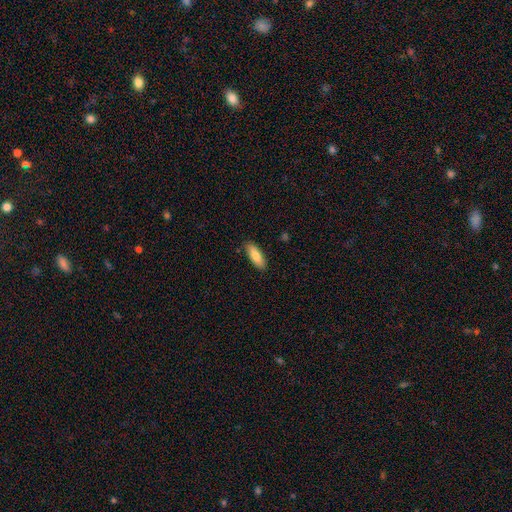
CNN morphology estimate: Smooth or featured? smooth (82%)
How rounded? in between (67%)
Merging? none (87%)